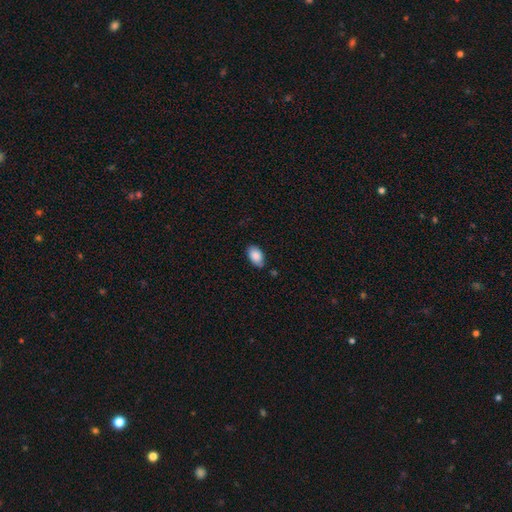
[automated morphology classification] Smooth or featured? Predicted: smooth (p=0.87). How rounded? Predicted: in between (p=0.92). Merging? Predicted: none (p=0.75).